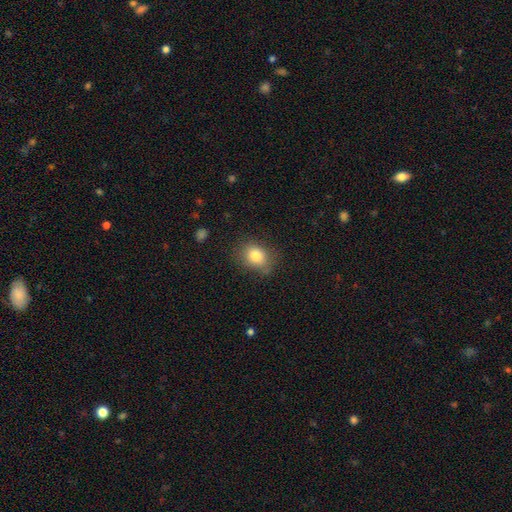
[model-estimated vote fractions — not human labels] A smooth galaxy with no disk features (81%) that is round (50%). Merging: none (73%).